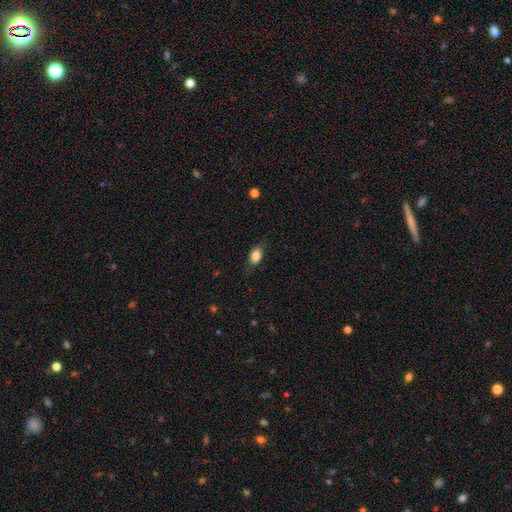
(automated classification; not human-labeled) smooth 81%, featured or disk 11%, star or artifact 8%. Down the decision tree: how rounded — in between (82%); merging — none (74%).